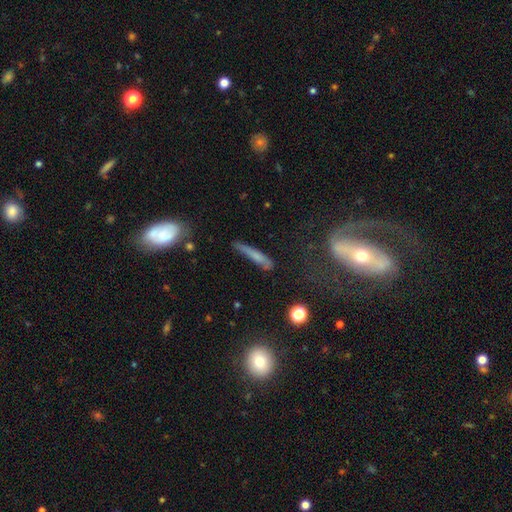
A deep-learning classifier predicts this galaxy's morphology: The model was most divided on "smooth or featured": smooth: 58%, featured or disk: 32%, star or artifact: 10%. More confident: how rounded — cigar-shaped (90%); merging — none (61%).